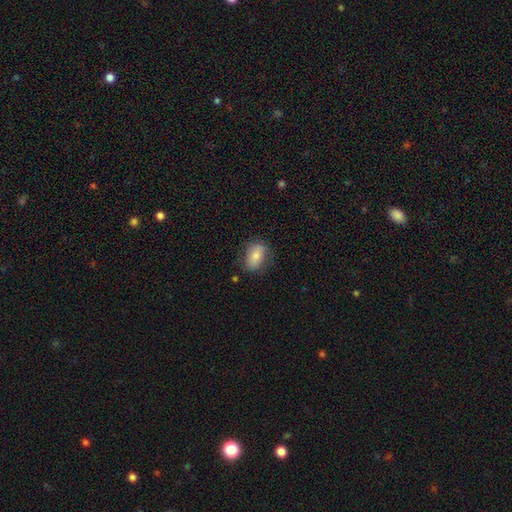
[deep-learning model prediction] The model was most divided on "merging": none: 74%, minor disturbance: 19%, major disturbance: 6%, merger: 1%. More confident: how rounded — in between (84%); smooth or featured — smooth (75%).